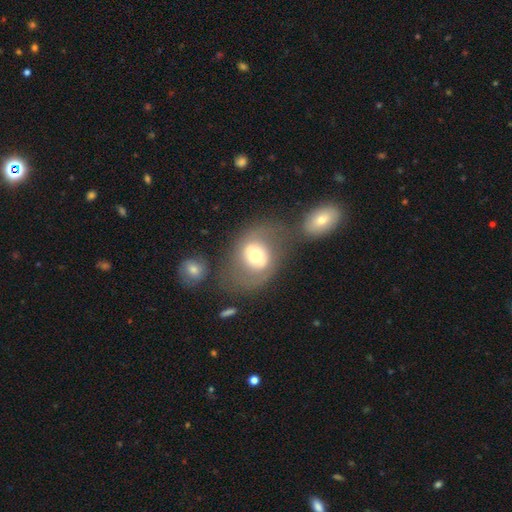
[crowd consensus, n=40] smooth_or_featured: smooth (p=0.47) [alt: featured or disk p=0.42]
how_rounded: round (p=0.58) [alt: in between p=0.42]
merging: none (p=0.47) [alt: merger p=0.22]